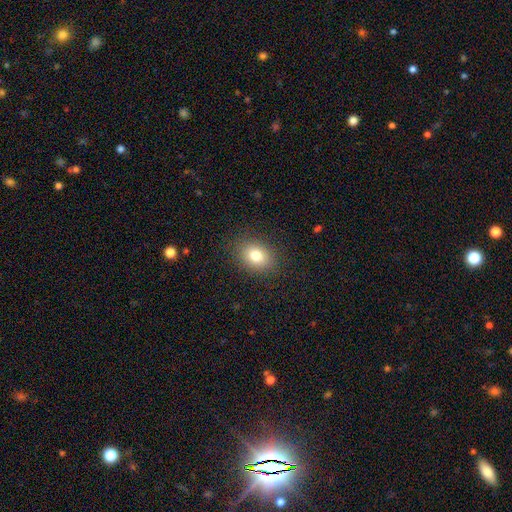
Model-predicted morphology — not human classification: Smooth or featured: smooth — 80% (star or artifact — 11%)
How rounded: in between — 65% (round — 34%)
Merging: none — 87% (minor disturbance — 9%)